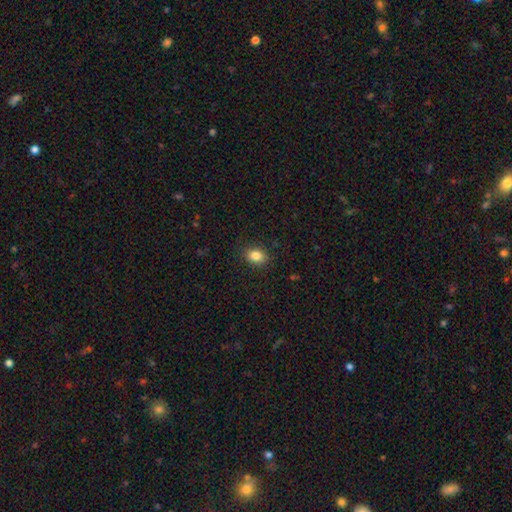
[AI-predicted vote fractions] smooth-or-featured: smooth: 84% | star or artifact: 10% | featured or disk: 6%
  how-rounded: in between: 61% | round: 38% | cigar-shaped: 1%
  merging: none: 88% | minor disturbance: 9% | major disturbance: 2% | merger: 1%